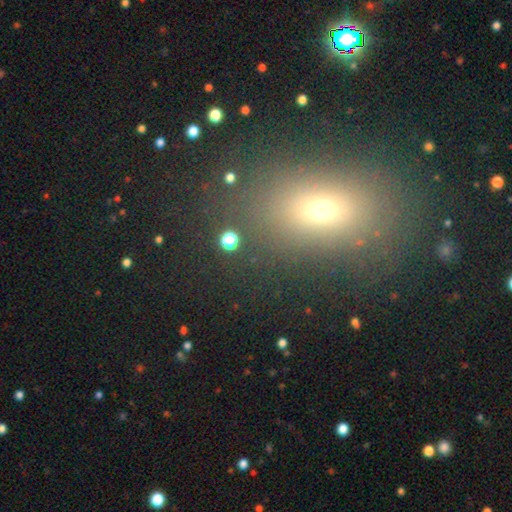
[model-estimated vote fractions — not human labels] This appears to be a smooth galaxy with no disk features (55%) that is in between round and cigar-shaped (69%). Merging: none (82%).